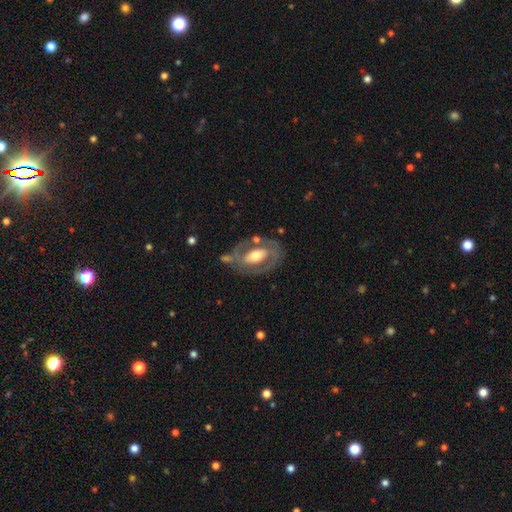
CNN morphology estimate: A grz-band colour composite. It shows a featured or disk galaxy (73%) with no bar (40%), spiral arms (63%) and a moderate central bulge (61%). Merging: none (65%).